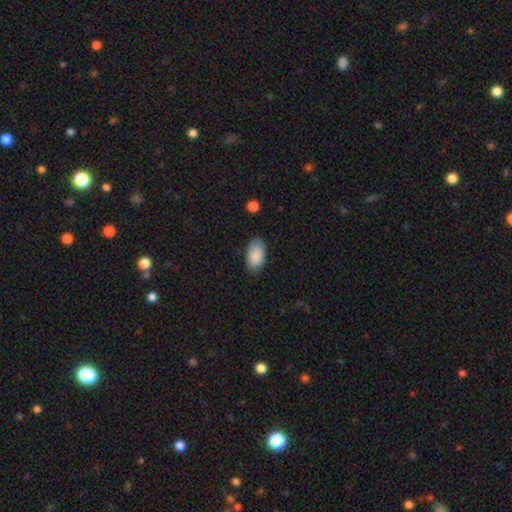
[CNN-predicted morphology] Smooth or featured? Predicted: smooth (p=0.89). How rounded? Predicted: in between (p=0.95). Merging? Predicted: none (p=0.83).